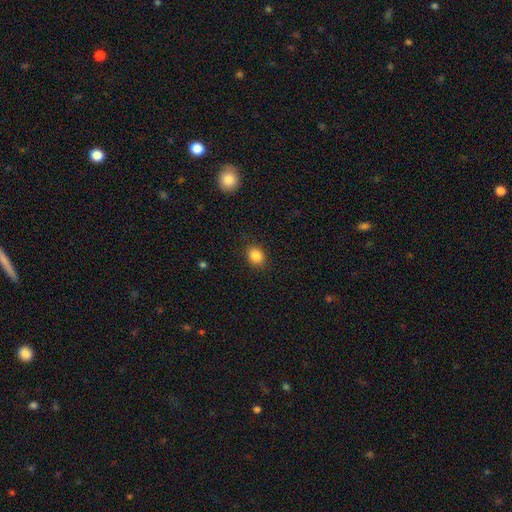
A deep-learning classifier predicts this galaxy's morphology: Overall: smooth (86%). How rounded: round (53%; in between 46%). Merging: none (87%).